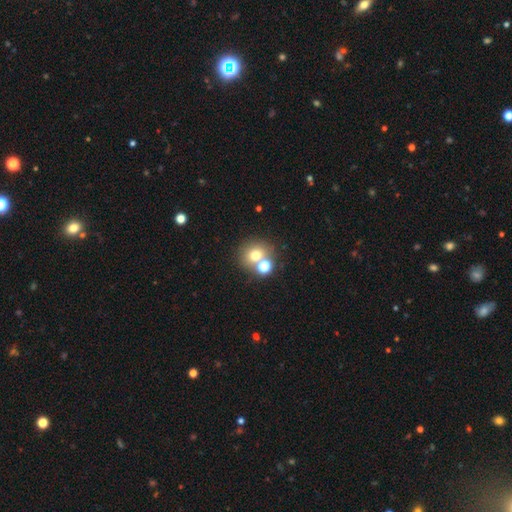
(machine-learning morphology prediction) smooth_or_featured: smooth (p=0.69) [alt: star or artifact p=0.17]
how_rounded: round (p=0.83) [alt: in between p=0.16]
merging: none (p=0.56) [alt: merger p=0.33]